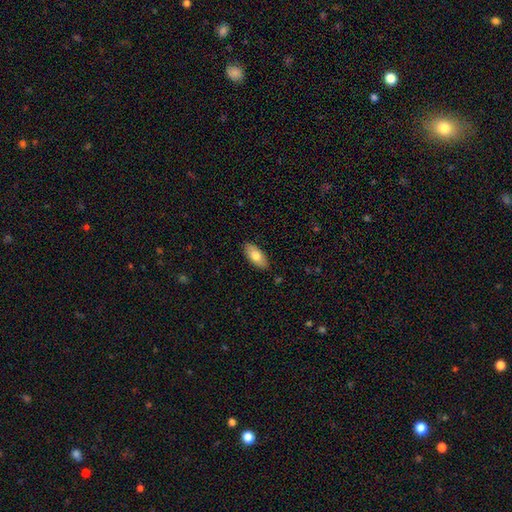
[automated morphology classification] This appears to be a smooth galaxy with no disk features (76%) that is in between round and cigar-shaped (89%). Merging: none (88%).